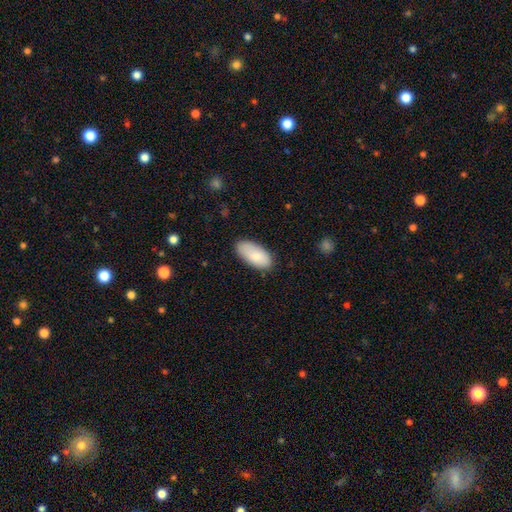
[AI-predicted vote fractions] This is clearly a smooth galaxy (84%). How rounded: clearly in between (92%). Merging: likely none (80%).